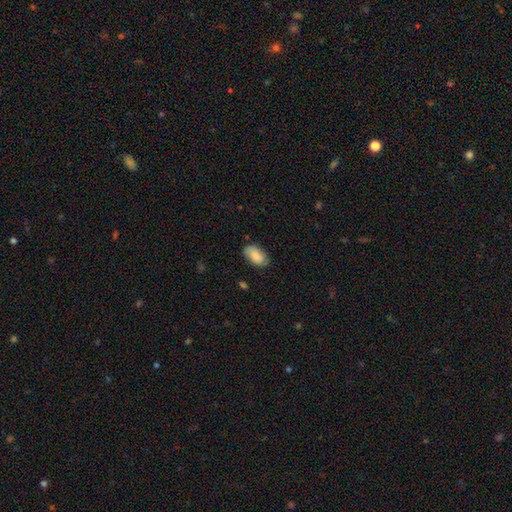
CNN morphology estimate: Overall: smooth (83%). How rounded: in between (94%). Merging: none (78%).